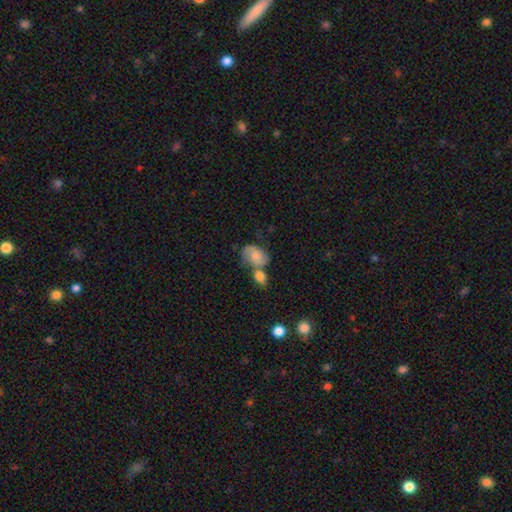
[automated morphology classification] smooth-or-featured: smooth: 51% | featured or disk: 41% | star or artifact: 8%
  how-rounded: in between: 77% | round: 22% | cigar-shaped: 2%
  merging: merger: 51% | none: 26% | minor disturbance: 14% | major disturbance: 8%